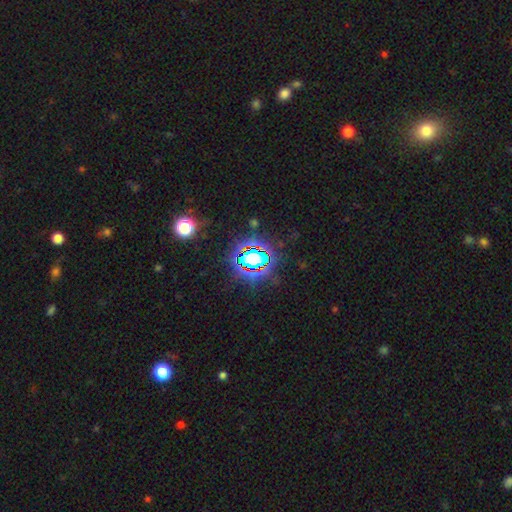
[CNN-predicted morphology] Smooth or featured? Predicted: star or artifact (p=0.73).